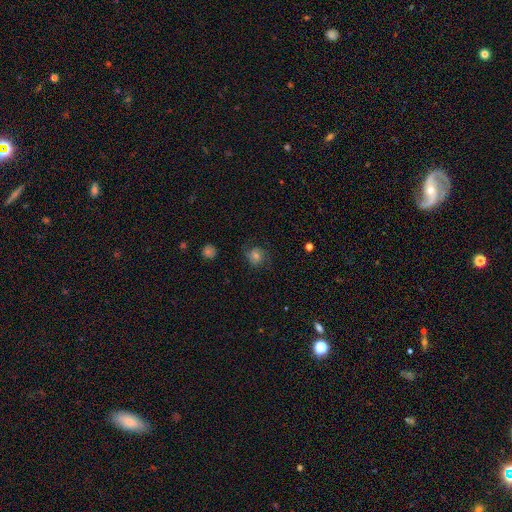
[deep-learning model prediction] This appears to be a smooth galaxy with no disk features (53%) that is round (82%). Merging: none (71%).